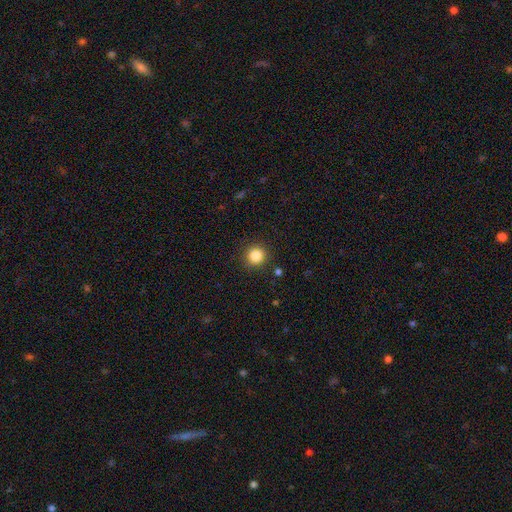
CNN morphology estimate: This appears to be a smooth galaxy with no disk features (85%) that is round (94%). Merging: none (89%).